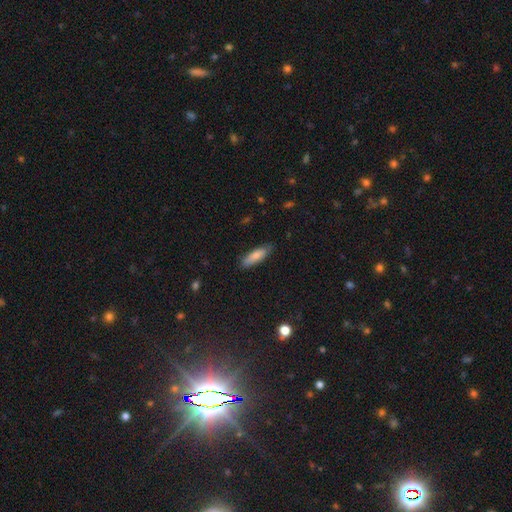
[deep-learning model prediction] smooth_or_featured: smooth (p=0.81) [alt: featured or disk p=0.13]
how_rounded: cigar-shaped (p=0.52) [alt: in between p=0.46]
merging: none (p=0.82) [alt: minor disturbance p=0.15]